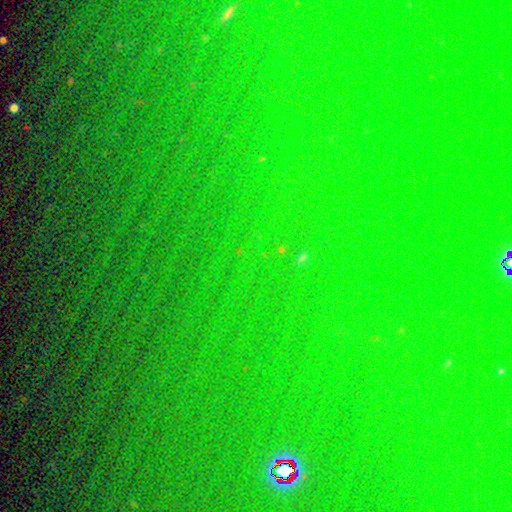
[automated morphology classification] smooth-or-featured: star or artifact: 80% | smooth: 12% | featured or disk: 9%